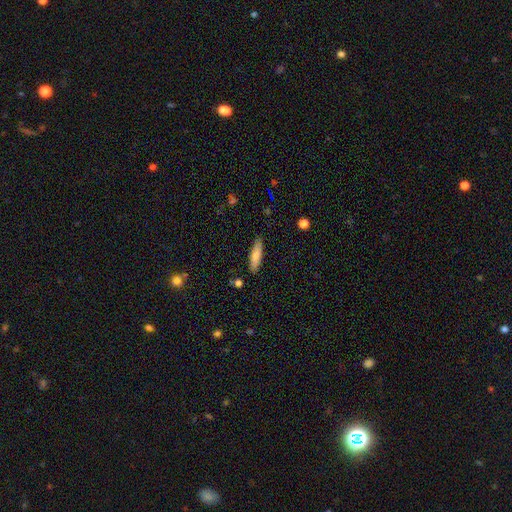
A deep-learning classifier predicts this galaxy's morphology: The model was most divided on "how rounded": cigar-shaped: 73%, in between: 25%, round: 2%. More confident: merging — none (87%); smooth or featured — smooth (80%).